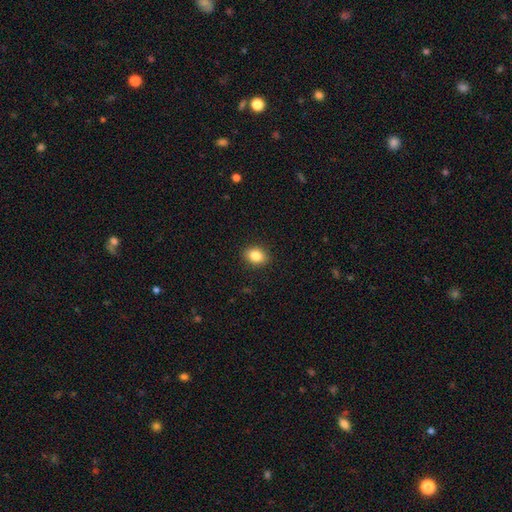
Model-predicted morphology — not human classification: smooth_or_featured: smooth (p=0.85) [alt: star or artifact p=0.09]
how_rounded: in between (p=0.60) [alt: round p=0.39]
merging: none (p=0.90) [alt: minor disturbance p=0.07]